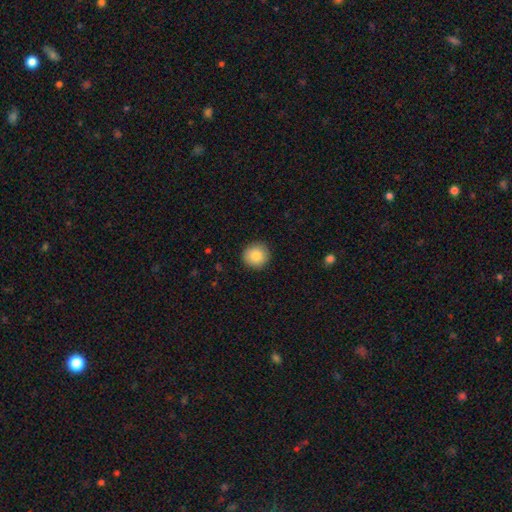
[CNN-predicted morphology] smooth_or_featured: smooth (p=0.85) [alt: star or artifact p=0.08]
how_rounded: round (p=0.93) [alt: in between p=0.06]
merging: none (p=0.91) [alt: minor disturbance p=0.07]